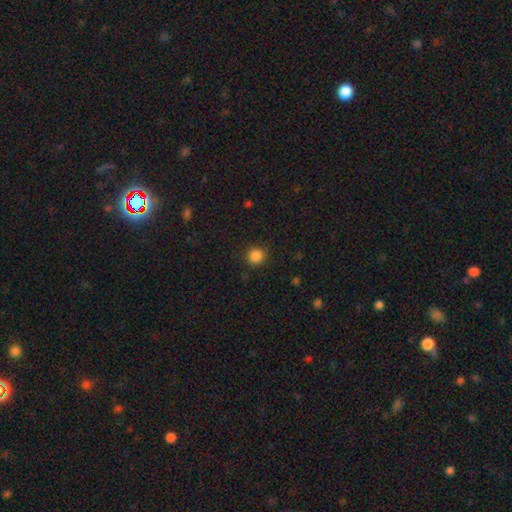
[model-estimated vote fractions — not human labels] Smooth or featured? Predicted: smooth (p=0.85). How rounded? Predicted: round (p=0.91). Merging? Predicted: none (p=0.90).